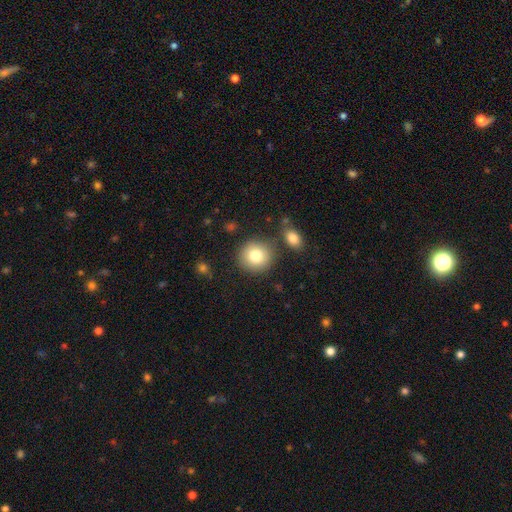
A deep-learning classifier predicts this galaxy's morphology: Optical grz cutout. It shows a smooth galaxy with no disk features (80%) that is round (91%). Merging: none (81%).